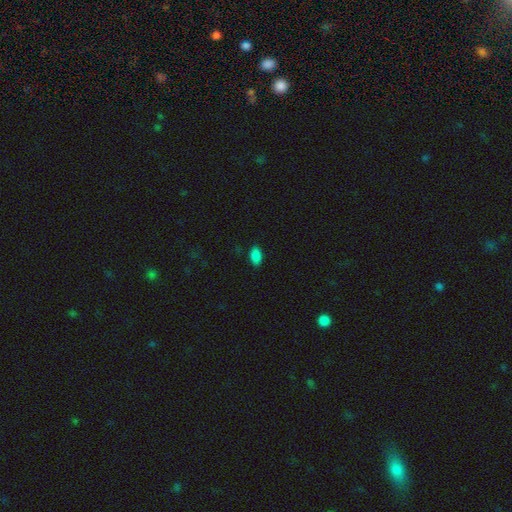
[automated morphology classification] The model was most divided on "smooth or featured": smooth: 87%, star or artifact: 10%, featured or disk: 4%. More confident: how rounded — in between (93%); merging — none (87%).